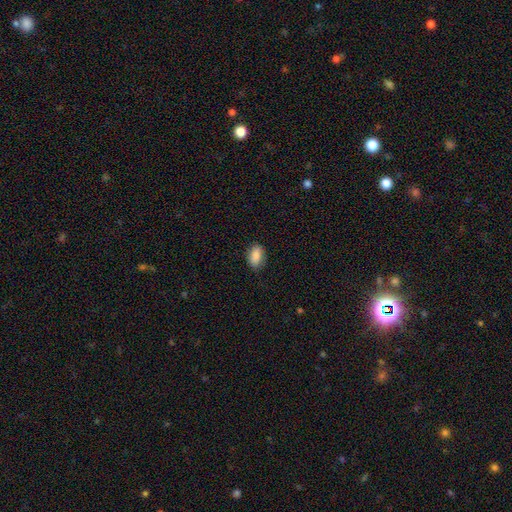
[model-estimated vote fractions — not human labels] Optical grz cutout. It shows a smooth galaxy with no disk features (88%) that is in between round and cigar-shaped (91%). Merging: none (84%).